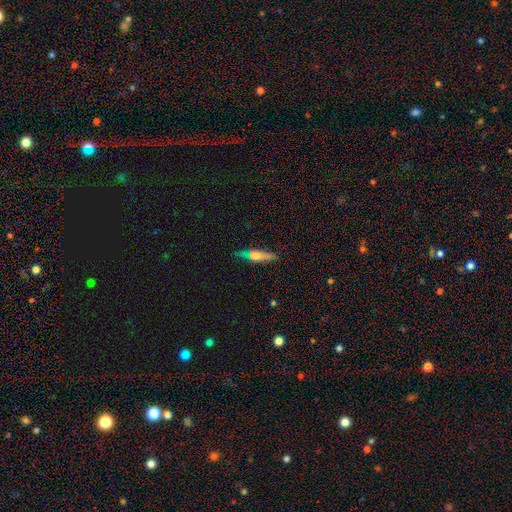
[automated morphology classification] Smooth or featured? Predicted: featured or disk (p=0.52). Edge-on disk? Predicted: yes (p=0.87). Merging? Predicted: none (p=0.76).